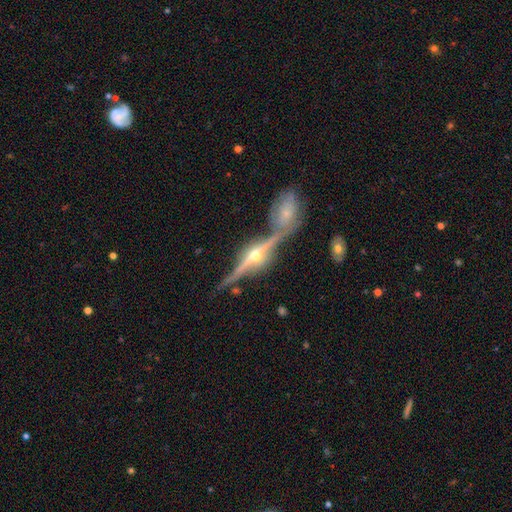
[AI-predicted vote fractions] A featured or disk galaxy (87%) viewed edge-on (96%) with a rounded central bulge (94%).

Vote fractions:
- Smooth or featured? featured or disk: 87% / star or artifact: 6% / smooth: 6%
- Edge-on disk? yes: 96% / no: 4%
- Edge-on bulge? rounded: 94% / boxy: 3% / none: 2%
- Merging? none: 72% / merger: 14% / minor disturbance: 10% / major disturbance: 4%